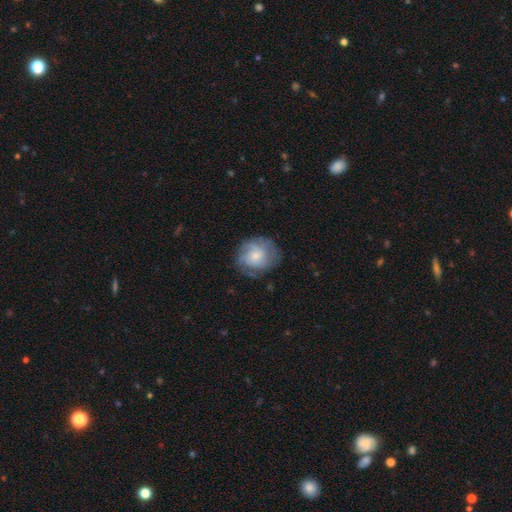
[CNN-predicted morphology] smooth-or-featured: featured or disk: 49% | smooth: 43% | star or artifact: 8%
  merging: none: 70% | minor disturbance: 20% | major disturbance: 9% | merger: 1%